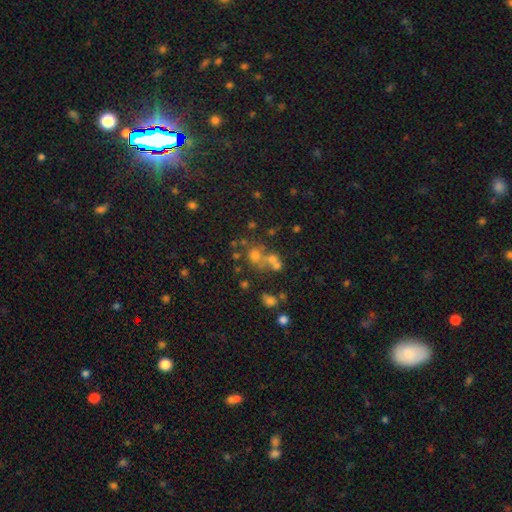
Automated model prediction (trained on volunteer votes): This appears to be a smooth galaxy with no disk features (50%) that is round (77%). Merging: none (46%).